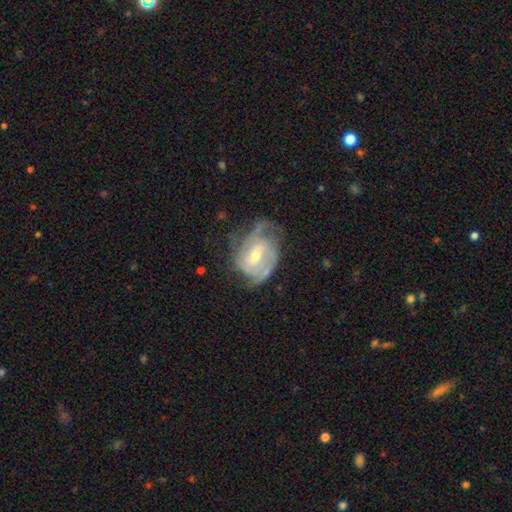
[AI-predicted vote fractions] Smooth or featured: featured or disk — 83% (smooth — 12%)
Edge-on disk: no — 97% (yes — 3%)
Bar: weak — 49% (no — 33%)
Spiral arms: yes — 92% (no — 8%)
Spiral winding: tight — 44% (medium — 41%)
Spiral arm count: 2 — 39% (can't tell — 25%)
Bulge size: moderate — 50% (small — 46%)
Merging: none — 54% (minor disturbance — 27%)